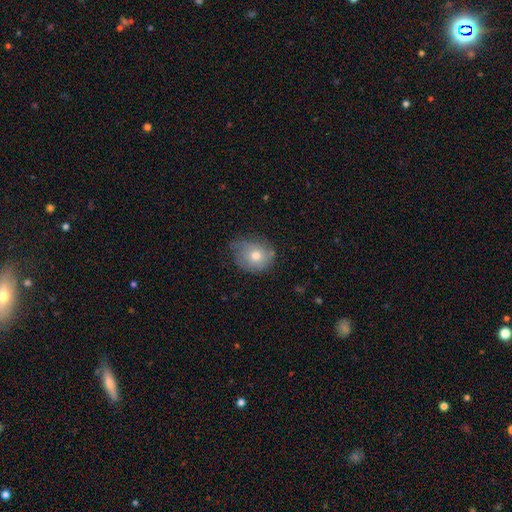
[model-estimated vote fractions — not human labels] The model was most divided on "merging": none: 54%, minor disturbance: 35%, major disturbance: 10%, merger: 2%. More confident: how rounded — round (66%); smooth or featured — smooth (66%).